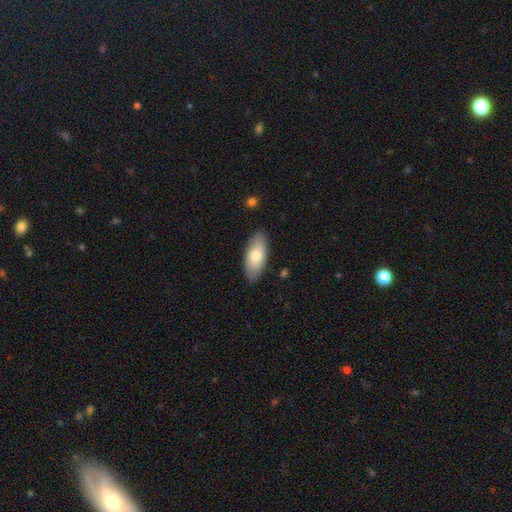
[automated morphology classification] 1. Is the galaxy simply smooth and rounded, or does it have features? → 75% smooth, 20% featured or disk, 5% star or artifact.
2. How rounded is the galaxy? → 86% in between, 12% cigar-shaped, 2% round.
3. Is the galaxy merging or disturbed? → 87% none, 10% minor disturbance, 2% major disturbance, 1% merger.